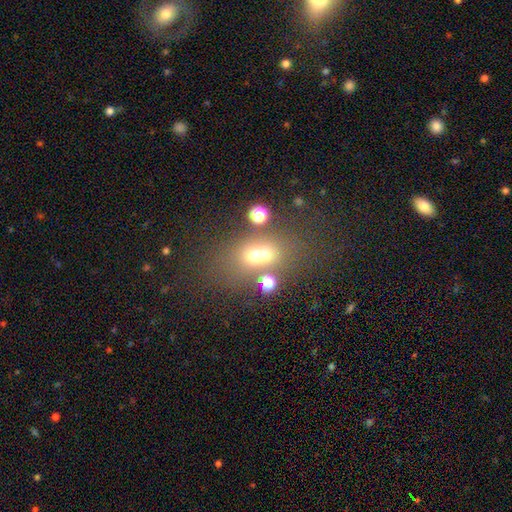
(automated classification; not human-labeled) A smooth galaxy with no disk features (54%) that is in between round and cigar-shaped (56%). Merging: merger (44%).